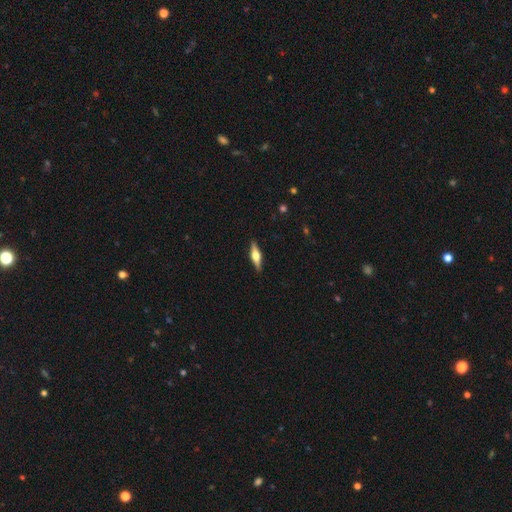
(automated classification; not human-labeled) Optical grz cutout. It shows a featured or disk galaxy (65%) viewed edge-on (96%) with a rounded central bulge (92%). Merging: none (90%).